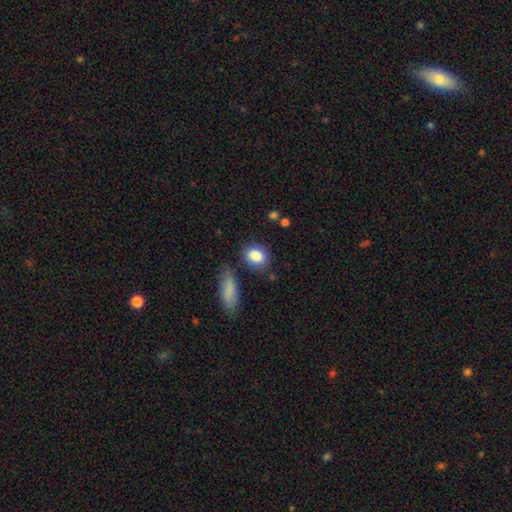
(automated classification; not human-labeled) Smooth or featured: smooth — 87% (star or artifact — 7%)
How rounded: in between — 66% (round — 31%)
Merging: none — 69% (minor disturbance — 18%)